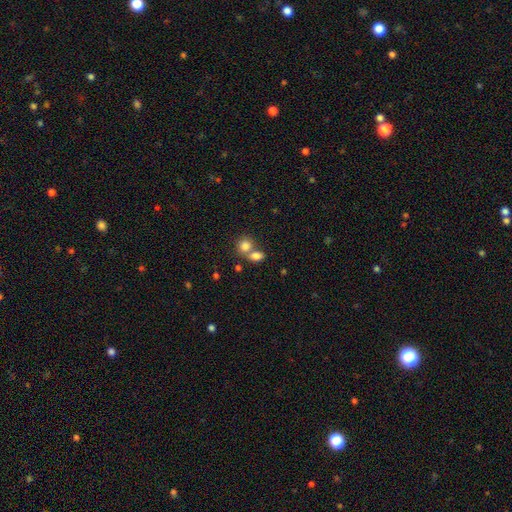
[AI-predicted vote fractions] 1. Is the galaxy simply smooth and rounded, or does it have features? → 81% smooth, 10% star or artifact, 9% featured or disk.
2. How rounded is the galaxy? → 61% in between, 37% round, 2% cigar-shaped.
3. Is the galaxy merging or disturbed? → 53% merger, 36% none, 8% minor disturbance, 3% major disturbance.